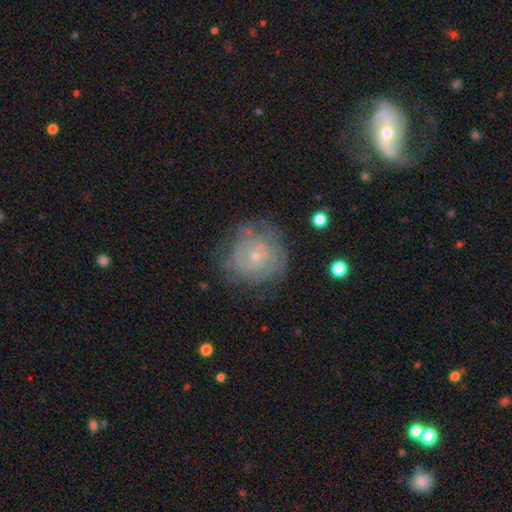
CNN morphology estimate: featured or disk 74%, smooth 18%, star or artifact 8%. Down the decision tree: edge-on disk — no (97%); bar — no (82%); spiral arms — yes (87%); spiral arm count — can't tell (49%); spiral winding — tight (78%); bulge size — small (75%); merging — none (71%).